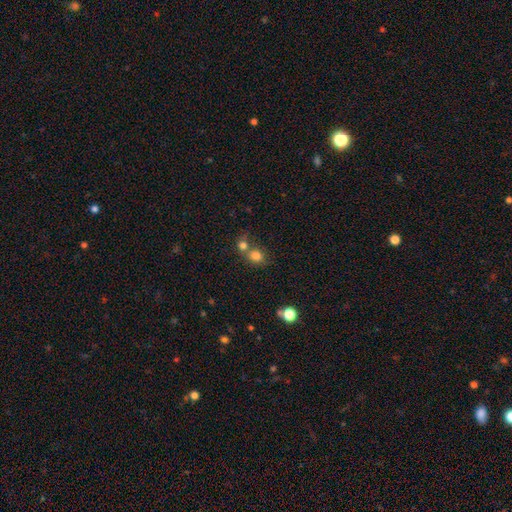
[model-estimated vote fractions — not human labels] The model was most divided on "merging": merger: 46%, none: 42%, minor disturbance: 8%, major disturbance: 4%. More confident: smooth or featured — smooth (79%); how rounded — round (72%).